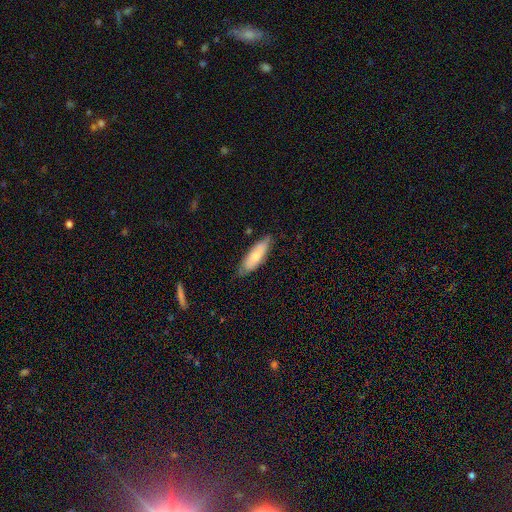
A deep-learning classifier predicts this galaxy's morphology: Smooth or featured: smooth — 67% (featured or disk — 28%)
How rounded: in between — 53% (cigar-shaped — 46%)
Merging: none — 75% (minor disturbance — 20%)